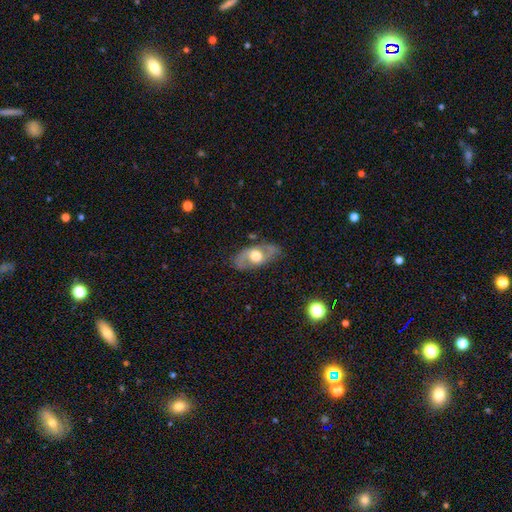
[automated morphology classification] A featured or disk galaxy (57%). Merging: none (78%).